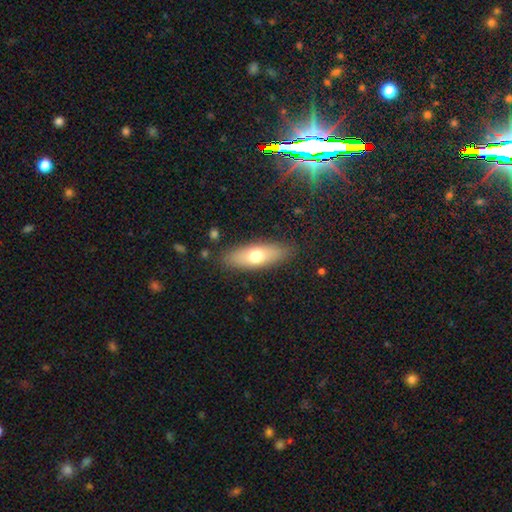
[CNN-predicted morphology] Q: Smooth or featured?
A: smooth (65%); runner-up: featured or disk (28%)
Q: How rounded?
A: in between (61%); runner-up: cigar-shaped (36%)
Q: Merging?
A: none (85%); runner-up: minor disturbance (10%)